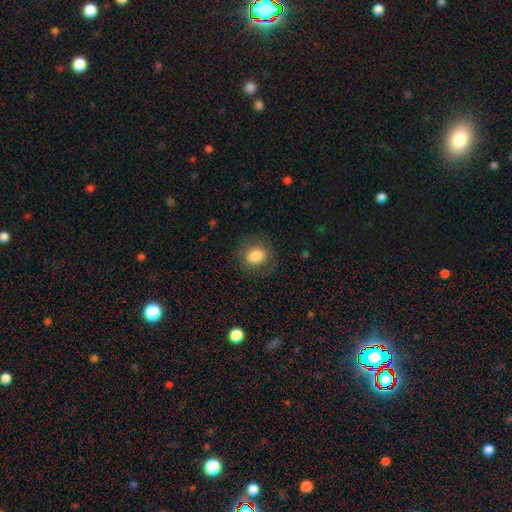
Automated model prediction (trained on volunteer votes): Smooth or featured?
  - smooth: 81% *
  - featured or disk: 10%
  - star or artifact: 9%
How rounded?
  - round: 80% *
  - in between: 19%
  - cigar-shaped: 1%
Merging?
  - none: 83% *
  - minor disturbance: 11%
  - major disturbance: 5%
  - merger: 1%